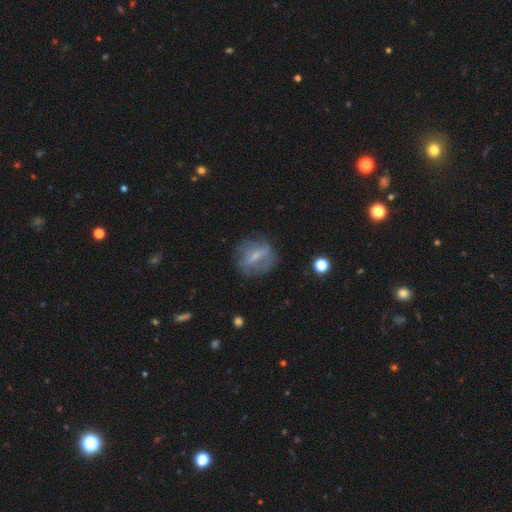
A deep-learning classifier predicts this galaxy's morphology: smooth-or-featured: featured or disk: 54% | smooth: 36% | star or artifact: 11%
  disk-edge-on: no: 90% | yes: 10%
  merging: none: 63% | minor disturbance: 22% | major disturbance: 13% | merger: 2%